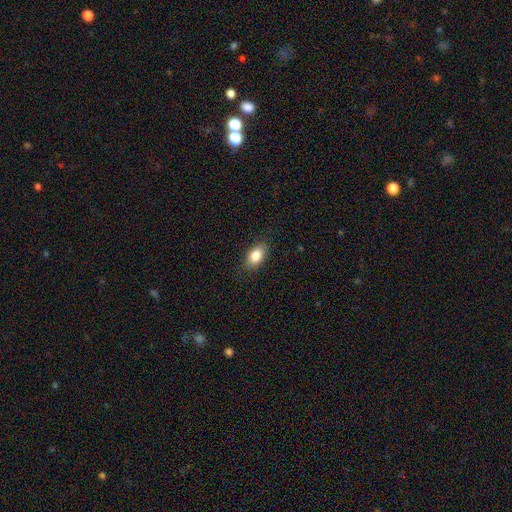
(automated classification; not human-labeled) This appears to be a smooth galaxy with no disk features (84%) that is in between round and cigar-shaped (88%). Merging: none (86%).